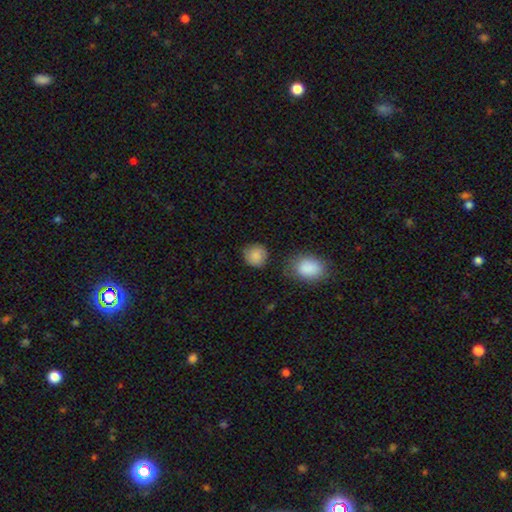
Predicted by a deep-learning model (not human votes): This appears to be a smooth galaxy with no disk features (87%) that is round (84%). Merging: none (73%).